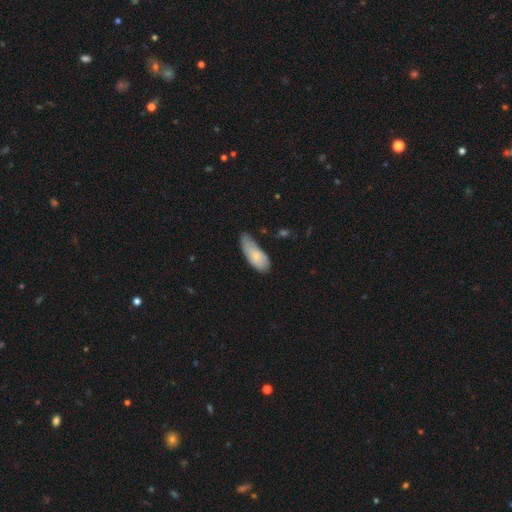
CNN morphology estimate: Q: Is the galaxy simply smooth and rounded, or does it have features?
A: smooth — 77%.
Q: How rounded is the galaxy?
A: in between — 79%.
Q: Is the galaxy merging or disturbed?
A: none — 44%.